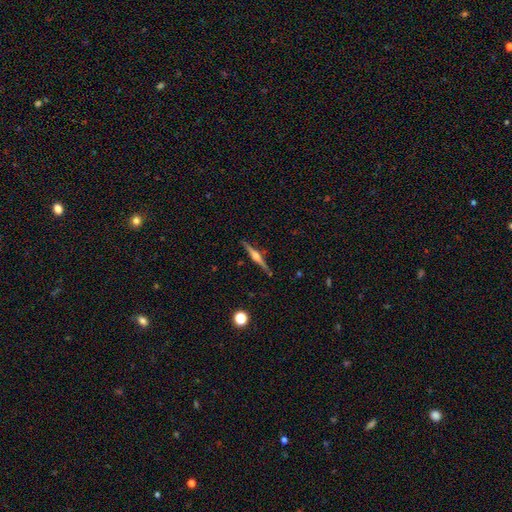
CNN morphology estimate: featured or disk 77%, smooth 17%, star or artifact 6%. Down the decision tree: edge-on disk — yes (98%); edge-on bulge — rounded (85%); merging — none (89%).